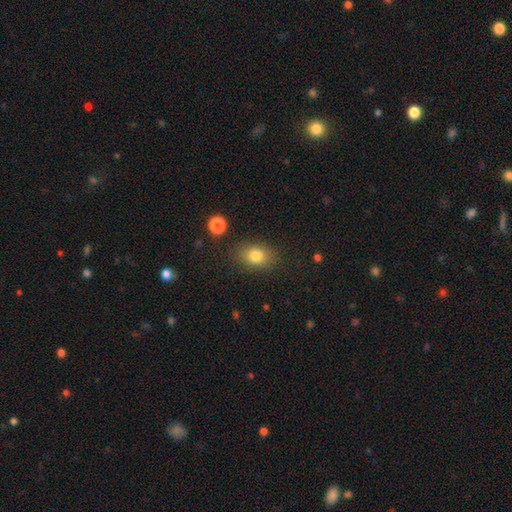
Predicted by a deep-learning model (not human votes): A smooth galaxy with no disk features (81%) that is in between round and cigar-shaped (71%).

Vote fractions:
- Smooth or featured? smooth: 81% / star or artifact: 10% / featured or disk: 9%
- How rounded? in between: 71% / round: 28% / cigar-shaped: 1%
- Merging? none: 83% / minor disturbance: 11% / major disturbance: 4% / merger: 2%